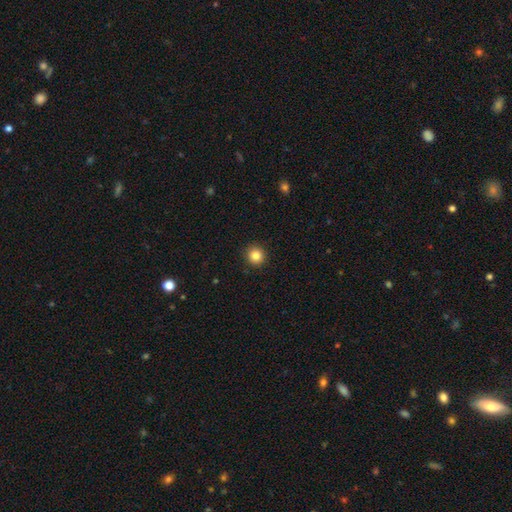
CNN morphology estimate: Smooth or featured? smooth (85%)
How rounded? round (94%)
Merging? none (93%)